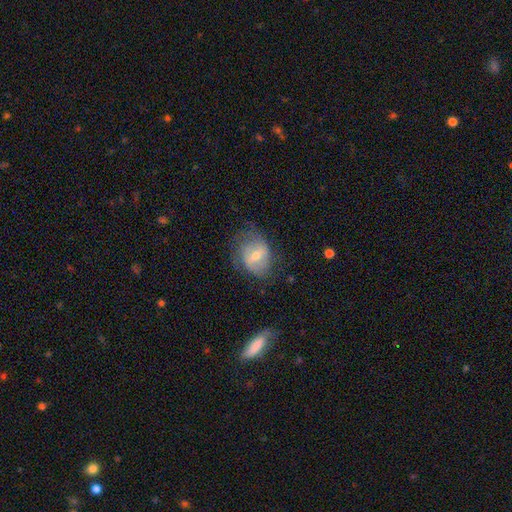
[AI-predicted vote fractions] This is possibly a featured or disk galaxy (52%). It is clearly not viewed edge-on (94%). Merging: possibly none (57%).